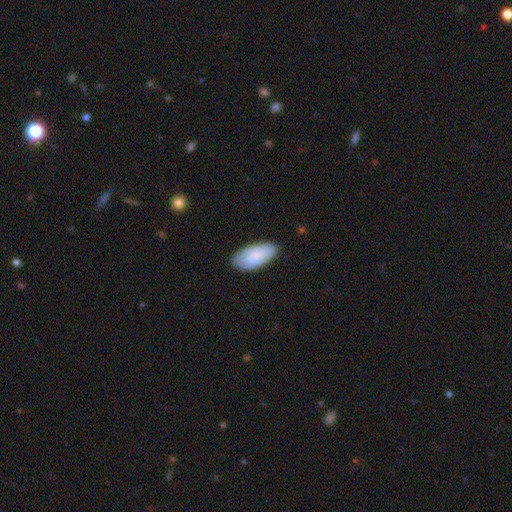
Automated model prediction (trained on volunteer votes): smooth_or_featured: smooth (p=0.82) [alt: featured or disk p=0.12]
how_rounded: in between (p=0.92) [alt: cigar-shaped p=0.06]
merging: none (p=0.80) [alt: minor disturbance p=0.17]